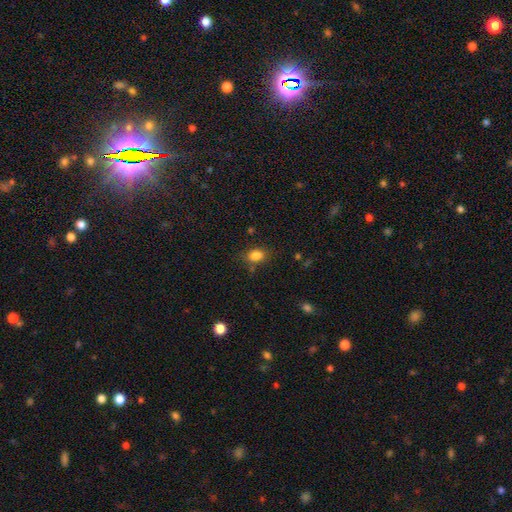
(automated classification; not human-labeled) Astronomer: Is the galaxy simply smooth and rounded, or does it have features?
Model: smooth — 83%.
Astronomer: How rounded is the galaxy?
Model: in between — 71%.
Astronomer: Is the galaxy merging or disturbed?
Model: none — 74%.